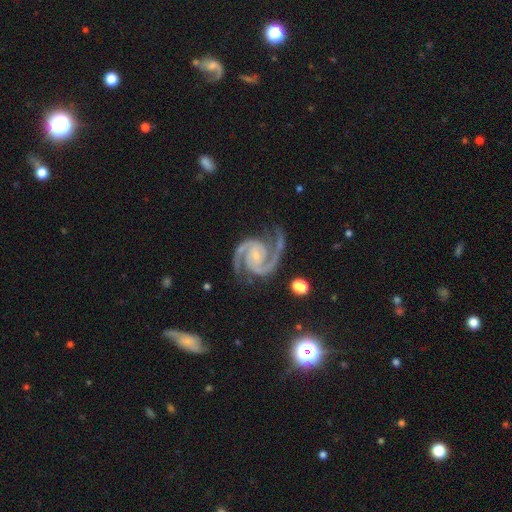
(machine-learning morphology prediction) Smooth or featured?
  - featured or disk: 94% *
  - star or artifact: 4%
  - smooth: 2%
Edge-on disk?
  - no: 98% *
  - yes: 2%
Bar?
  - no: 52% *
  - weak: 31%
  - strong: 17%
Spiral arms?
  - yes: 99% *
  - no: 1%
Spiral winding?
  - medium: 55% *
  - tight: 38%
  - loose: 6%
Spiral arm count?
  - 2: 94% *
  - 3: 2%
  - can't tell: 1%
  - 1: 1%
  - 4: 1%
  - more than 4: 1%
Bulge size?
  - small: 72% *
  - moderate: 19%
  - none: 6%
  - large: 1%
  - dominant: 1%
Merging?
  - none: 78% *
  - minor disturbance: 15%
  - major disturbance: 5%
  - merger: 2%